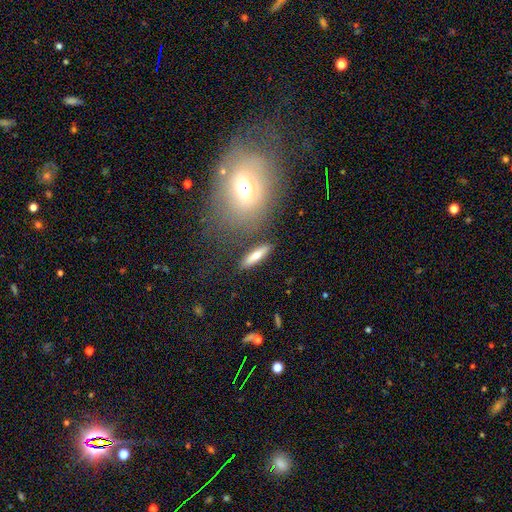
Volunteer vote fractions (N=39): smooth 74%, featured or disk 21%, star or artifact 5%. Down the decision tree: how rounded — cigar-shaped (79%); merging — none (95%).